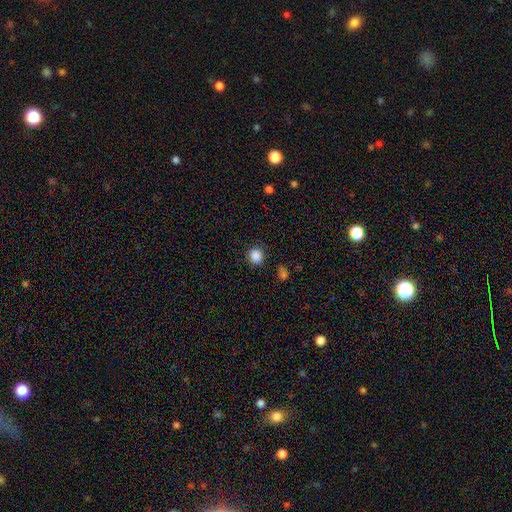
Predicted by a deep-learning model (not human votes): A smooth galaxy with no disk features (87%) that is round (88%). Merging: none (88%).